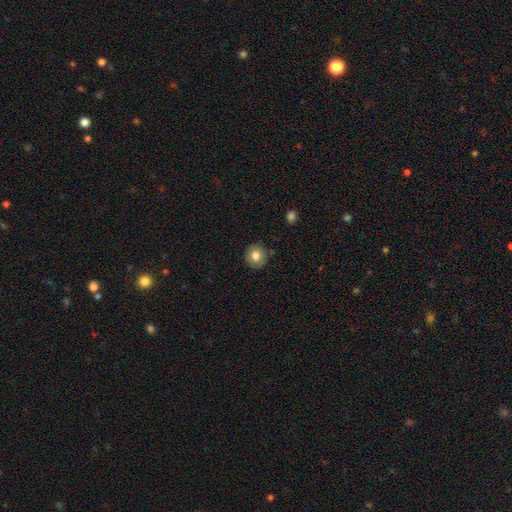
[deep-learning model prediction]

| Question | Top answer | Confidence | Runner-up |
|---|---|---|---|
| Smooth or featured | smooth | 78% | featured or disk (13%) |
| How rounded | round | 88% | in between (11%) |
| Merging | none | 86% | minor disturbance (10%) |